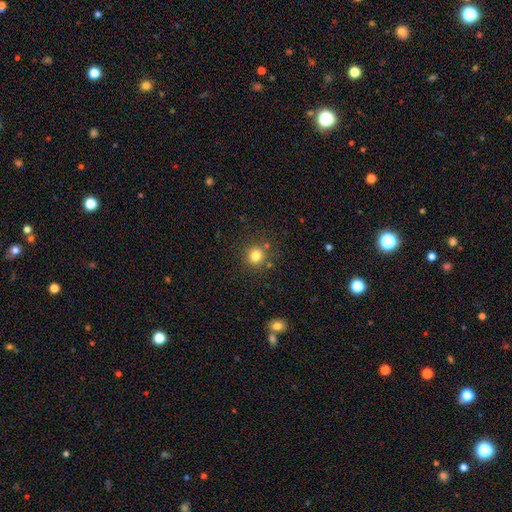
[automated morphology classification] The model was most divided on "smooth or featured": smooth: 81%, star or artifact: 13%, featured or disk: 6%. More confident: how rounded — round (91%); merging — none (81%).